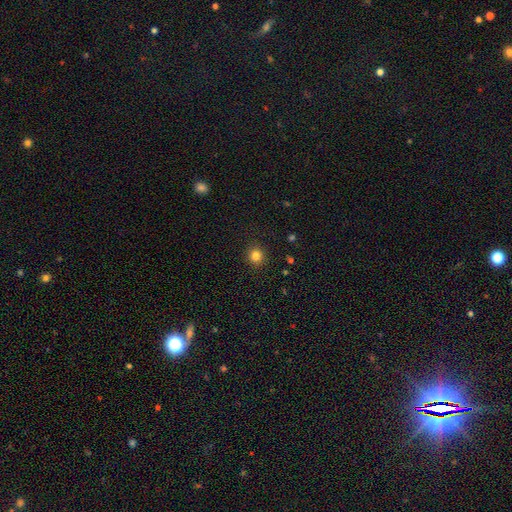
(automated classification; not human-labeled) This appears to be a smooth galaxy with no disk features (83%) that is round (89%). Merging: none (91%).